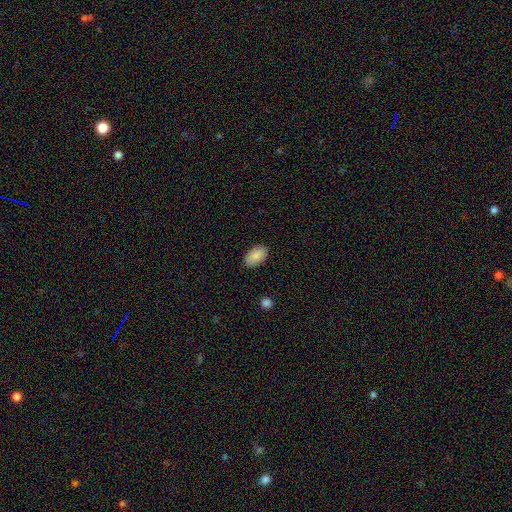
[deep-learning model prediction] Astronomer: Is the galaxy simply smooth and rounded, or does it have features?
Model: smooth — 87%.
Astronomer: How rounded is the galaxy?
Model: in between — 93%.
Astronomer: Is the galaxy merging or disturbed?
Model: none — 87%.